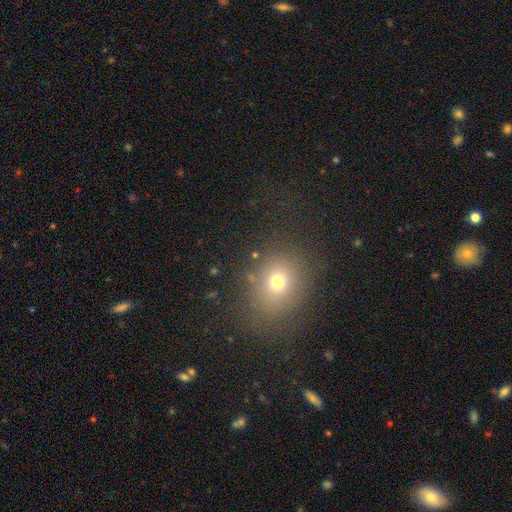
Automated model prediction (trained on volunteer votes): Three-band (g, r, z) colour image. It shows a smooth galaxy with no disk features (68%) that is round (60%). Merging: none (78%).